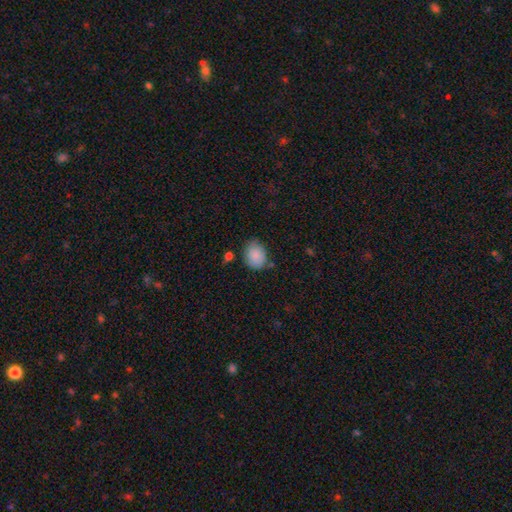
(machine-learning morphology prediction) This is clearly a smooth galaxy (87%). How rounded: likely in between (61%). Merging: likely none (72%).